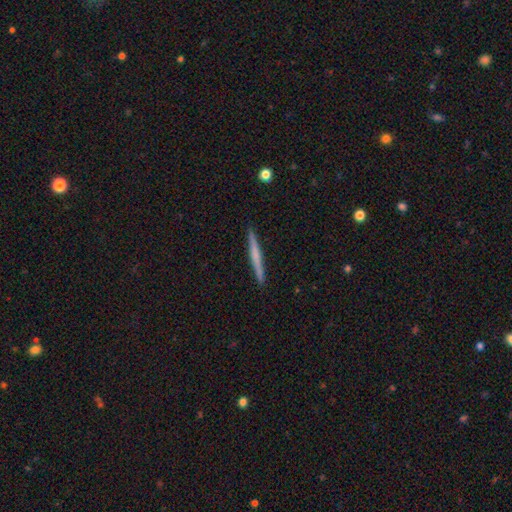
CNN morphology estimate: Overall: smooth (48%; featured or disk 47%). Merging: none (92%).